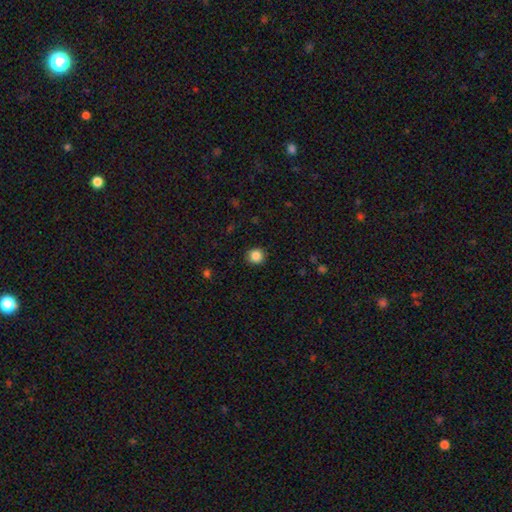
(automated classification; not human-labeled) This appears to be a smooth galaxy with no disk features (86%) that is round (89%). Merging: none (90%).